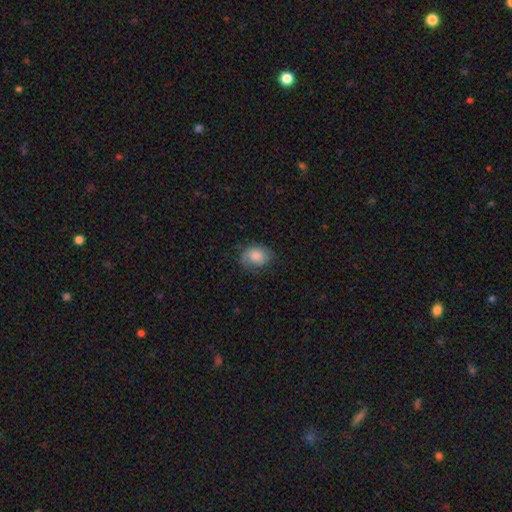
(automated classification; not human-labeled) Q: Smooth or featured?
A: smooth (69%); runner-up: featured or disk (22%)
Q: How rounded?
A: in between (57%); runner-up: round (42%)
Q: Merging?
A: none (62%); runner-up: minor disturbance (26%)